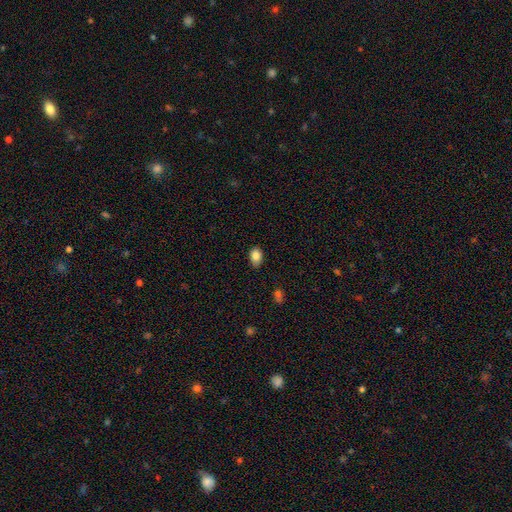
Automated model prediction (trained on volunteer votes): A smooth galaxy with no disk features (86%) that is in between round and cigar-shaped (80%). Merging: none (83%).